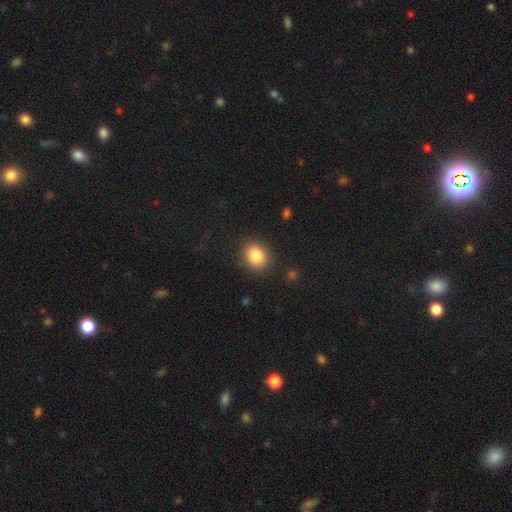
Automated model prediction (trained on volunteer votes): Overall: smooth (85%). How rounded: round (59%; in between 40%). Merging: none (86%).